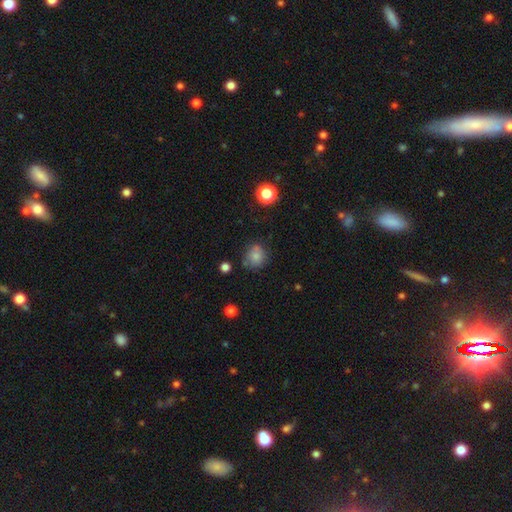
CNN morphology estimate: The model was most divided on "merging": none: 64%, minor disturbance: 22%, merger: 8%, major disturbance: 6%. More confident: smooth or featured — smooth (78%); how rounded — round (75%).